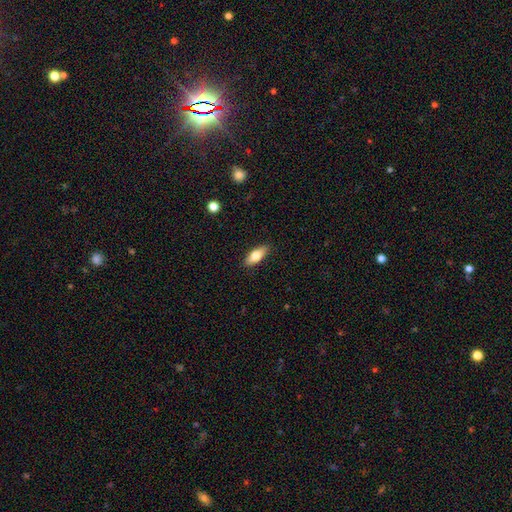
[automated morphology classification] Overall: smooth (72%). How rounded: in between (76%). Merging: none (88%).